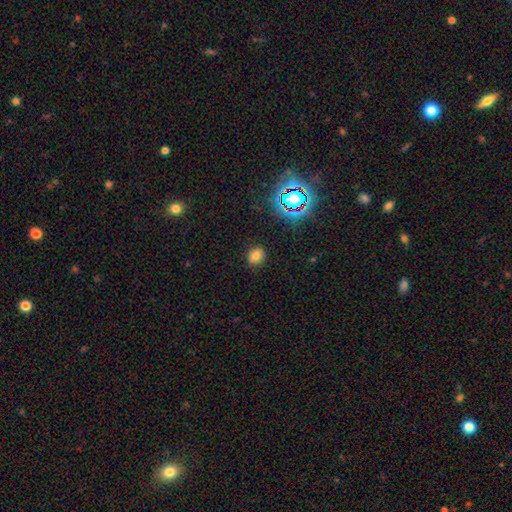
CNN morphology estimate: Smooth or featured: smooth — 75% (star or artifact — 18%)
How rounded: round — 64% (in between — 35%)
Merging: none — 87% (minor disturbance — 9%)